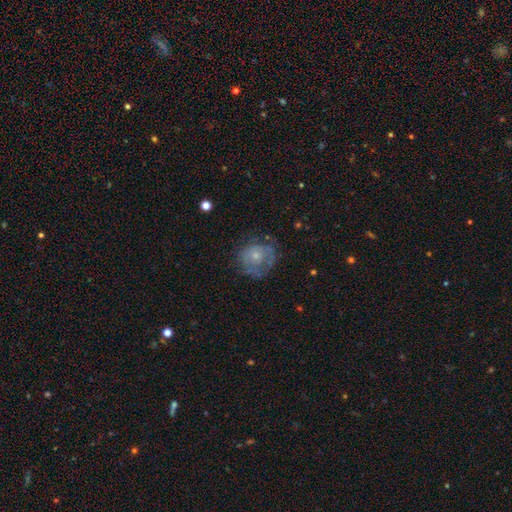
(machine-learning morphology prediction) Q: Smooth or featured?
A: featured or disk (50%); runner-up: smooth (42%)
Q: Merging?
A: none (56%); runner-up: minor disturbance (24%)